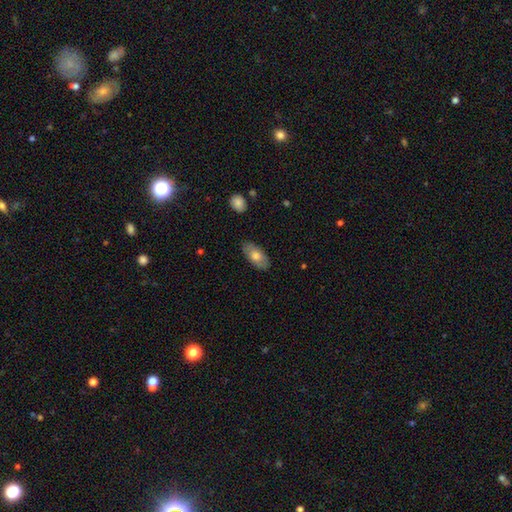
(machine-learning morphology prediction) A smooth galaxy with no disk features (71%) that is in between round and cigar-shaped (92%). Merging: none (84%).